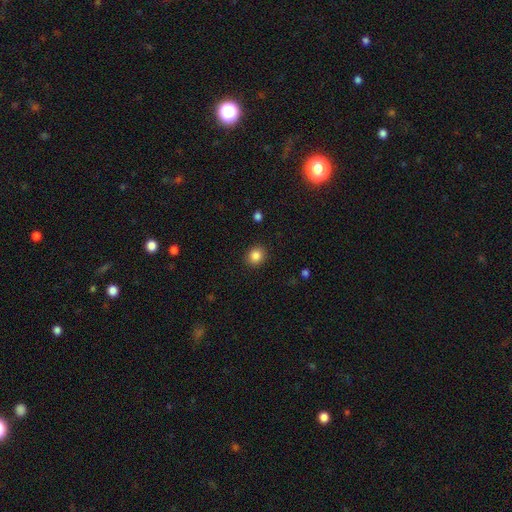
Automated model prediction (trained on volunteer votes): A smooth galaxy with no disk features (85%) that is round (82%).

Vote fractions:
- Smooth or featured? smooth: 85% / star or artifact: 10% / featured or disk: 4%
- How rounded? round: 82% / in between: 17% / cigar-shaped: 1%
- Merging? none: 91% / minor disturbance: 6% / major disturbance: 2% / merger: 1%